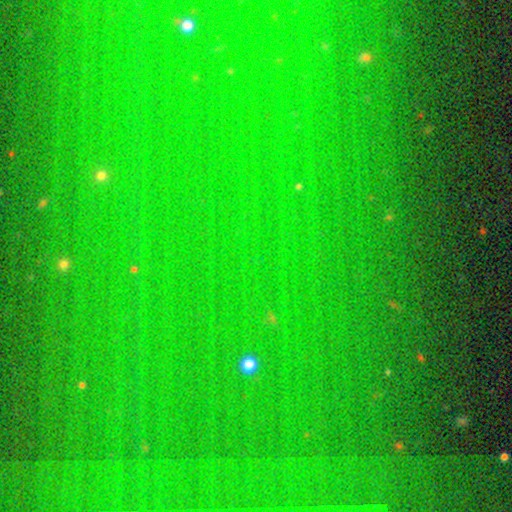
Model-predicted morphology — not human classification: A star or artifact, not a galaxy (79%).

Vote fractions:
- Smooth or featured? star or artifact: 79% / smooth: 13% / featured or disk: 8%